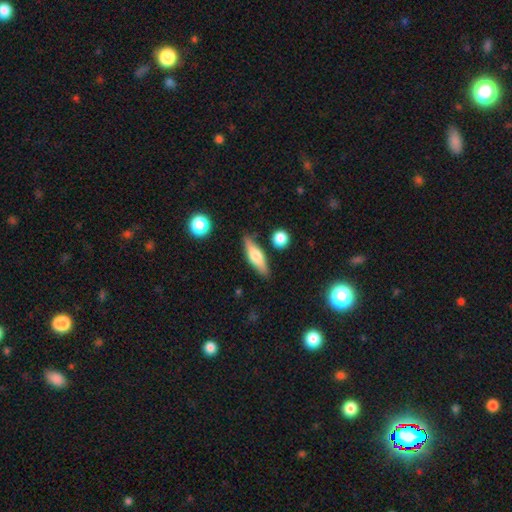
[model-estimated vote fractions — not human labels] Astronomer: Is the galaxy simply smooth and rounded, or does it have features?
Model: smooth — 58% (runner-up: featured or disk, 36%).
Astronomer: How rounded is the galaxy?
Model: cigar-shaped — 55% (runner-up: in between, 42%).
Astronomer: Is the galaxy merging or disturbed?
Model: none — 81%.